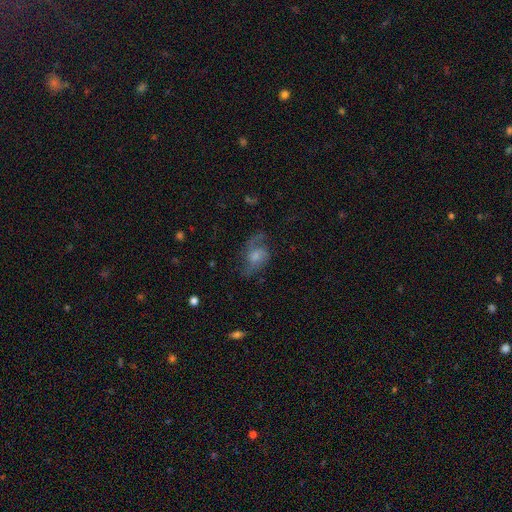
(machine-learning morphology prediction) The model was most divided on "bulge size": moderate: 38%, small: 32%, none: 15%, large: 13%, dominant: 2%. Remaining: edge-on disk — no (97%); spiral arms — yes (88%); spiral arm count — 2 (69%); smooth or featured — featured or disk (63%); bar — no (61%); merging — none (53%); spiral winding — loose (49%).